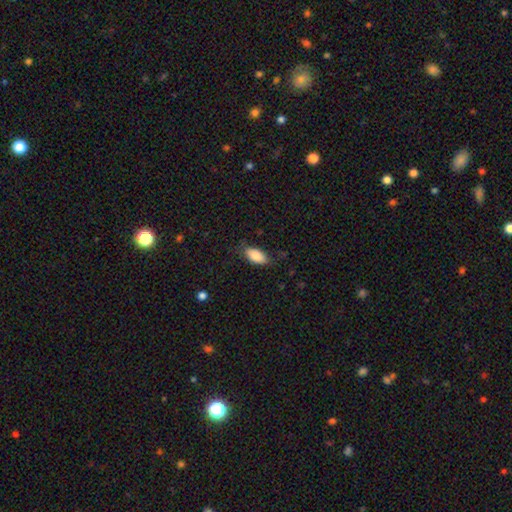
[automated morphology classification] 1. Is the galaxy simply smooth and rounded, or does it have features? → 83% smooth, 10% featured or disk, 7% star or artifact.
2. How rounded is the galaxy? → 91% in between, 6% cigar-shaped, 3% round.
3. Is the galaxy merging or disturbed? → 74% none, 20% minor disturbance, 4% major disturbance, 1% merger.